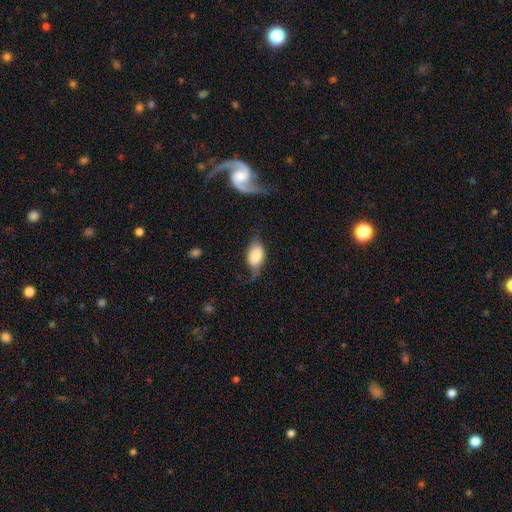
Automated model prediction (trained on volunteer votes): Q: Smooth or featured?
A: smooth (62%); runner-up: featured or disk (31%)
Q: How rounded?
A: in between (89%); runner-up: round (7%)
Q: Merging?
A: none (43%); runner-up: minor disturbance (33%)